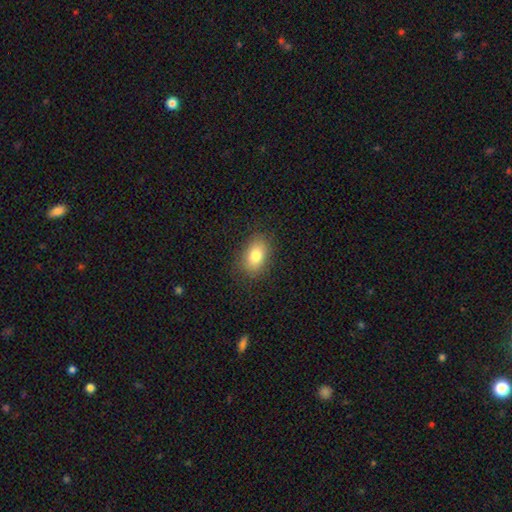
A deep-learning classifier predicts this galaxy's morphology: The model was most divided on "how rounded": in between: 83%, round: 16%, cigar-shaped: 2%. More confident: merging — none (85%); smooth or featured — smooth (80%).